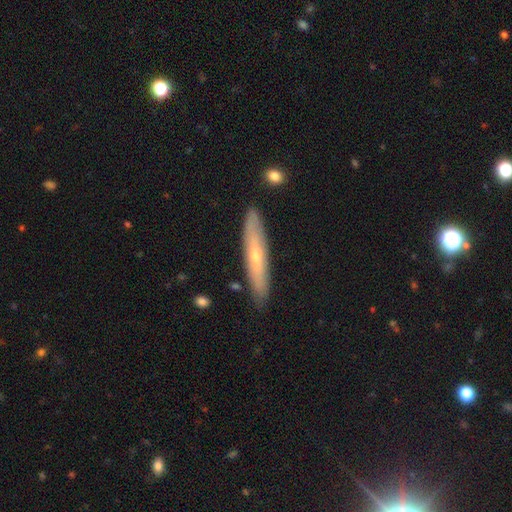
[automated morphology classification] Smooth or featured: smooth — 47% (featured or disk — 46%)
Merging: none — 86% (minor disturbance — 10%)